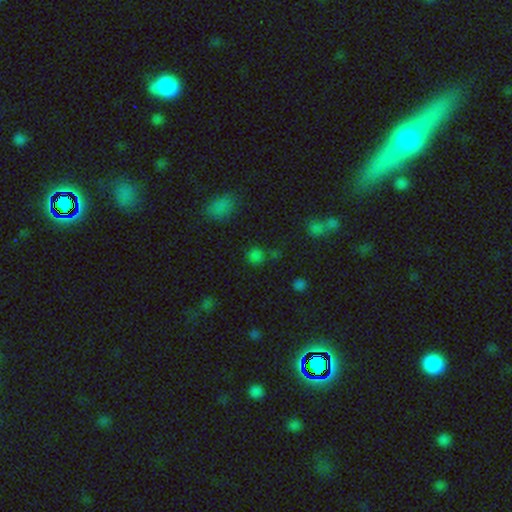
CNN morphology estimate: smooth_or_featured: smooth (p=0.67) [alt: star or artifact p=0.28]
how_rounded: round (p=0.88) [alt: in between p=0.11]
merging: none (p=0.77) [alt: minor disturbance p=0.12]